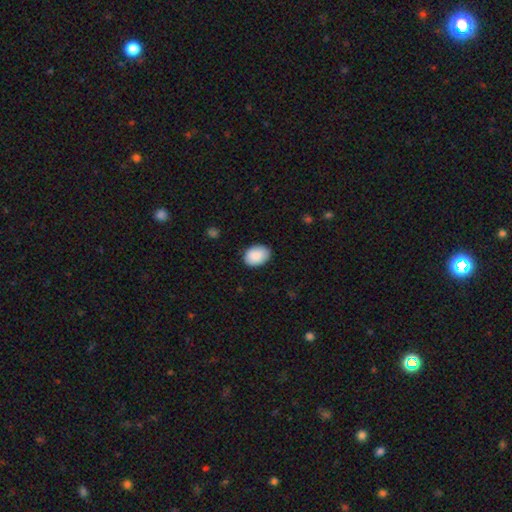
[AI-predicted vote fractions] The model was most divided on "how rounded": in between: 79%, round: 20%, cigar-shaped: 1%. More confident: smooth or featured — smooth (90%); merging — none (84%).